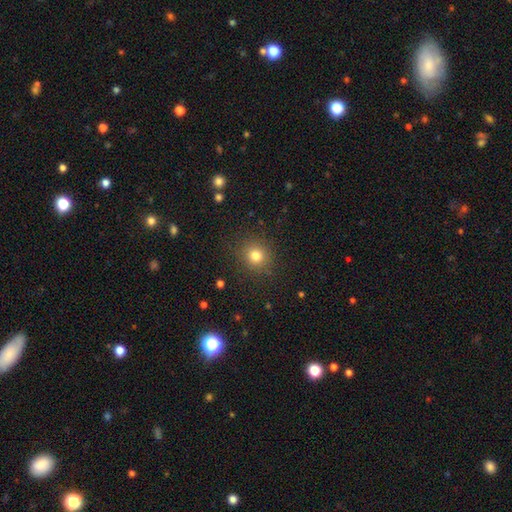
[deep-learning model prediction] This is likely a smooth galaxy (78%). How rounded: clearly round (90%). Merging: clearly none (88%).